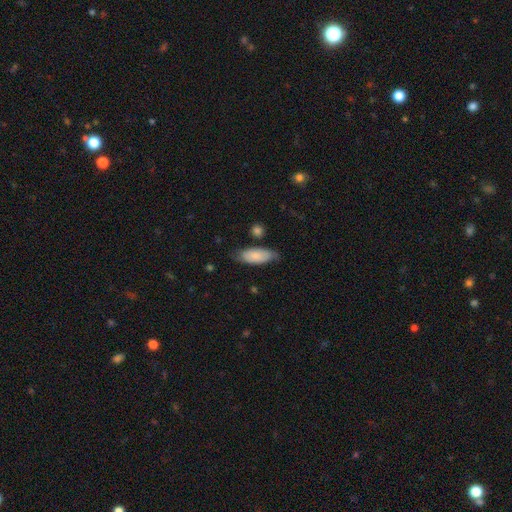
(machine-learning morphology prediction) This appears to be a smooth galaxy with no disk features (80%) that is in between round and cigar-shaped (82%). Merging: none (68%).